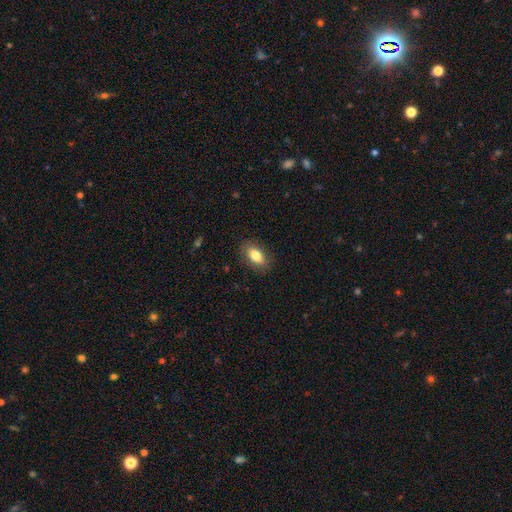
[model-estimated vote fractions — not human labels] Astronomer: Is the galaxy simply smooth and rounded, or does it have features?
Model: smooth — 81%.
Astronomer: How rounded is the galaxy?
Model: in between — 89%.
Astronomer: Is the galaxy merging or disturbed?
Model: none — 87%.